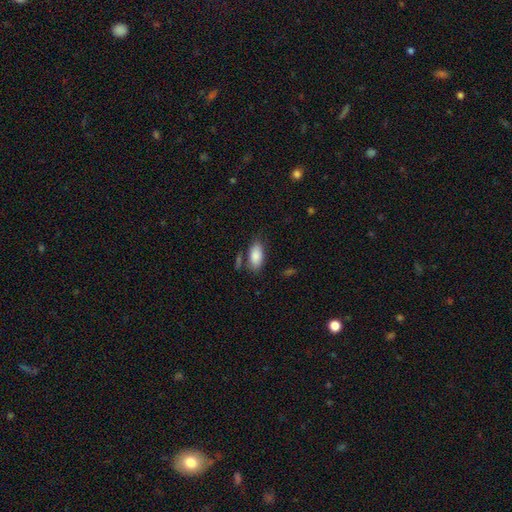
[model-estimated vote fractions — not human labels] Morphology: type=smooth (87%); roundness=in between (92%); merging=none (70%).